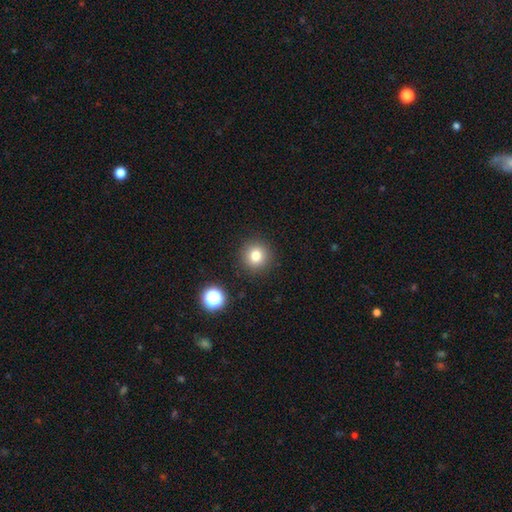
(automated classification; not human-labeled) smooth_or_featured: smooth (p=0.78) [alt: star or artifact p=0.14]
how_rounded: round (p=0.94) [alt: in between p=0.05]
merging: none (p=0.90) [alt: minor disturbance p=0.06]